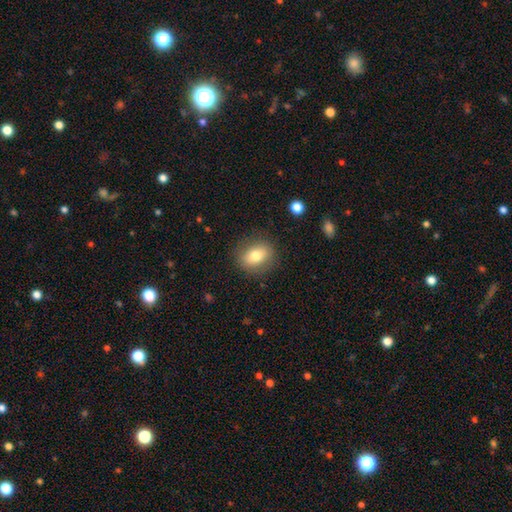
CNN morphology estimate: The model was most divided on "how rounded": in between: 50%, round: 48%, cigar-shaped: 1%. More confident: merging — none (85%); smooth or featured — smooth (75%).